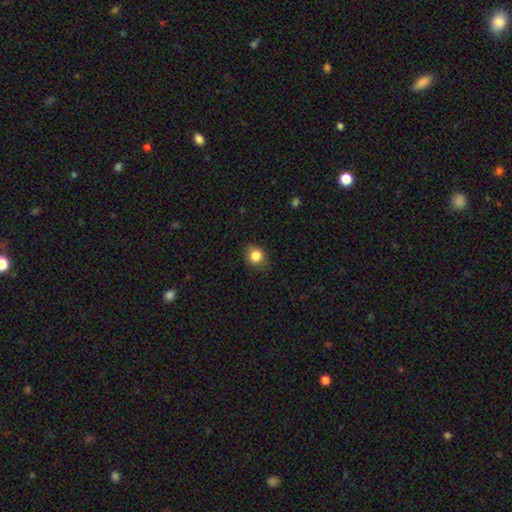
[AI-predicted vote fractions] A smooth galaxy with no disk features (83%) that is round (73%). Merging: none (81%).